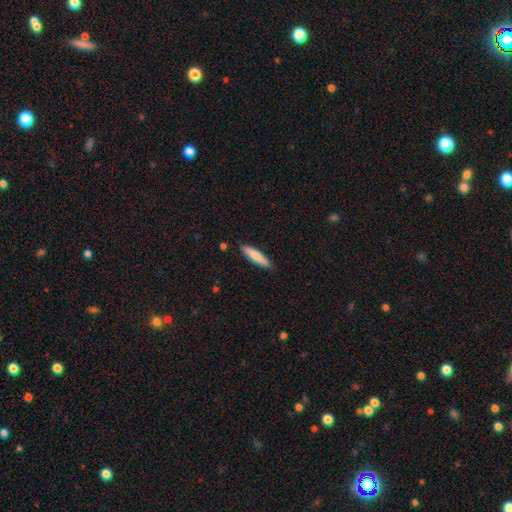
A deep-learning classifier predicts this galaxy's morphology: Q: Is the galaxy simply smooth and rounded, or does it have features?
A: smooth — 77%.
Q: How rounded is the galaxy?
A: cigar-shaped — 82%.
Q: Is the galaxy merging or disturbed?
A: none — 88%.